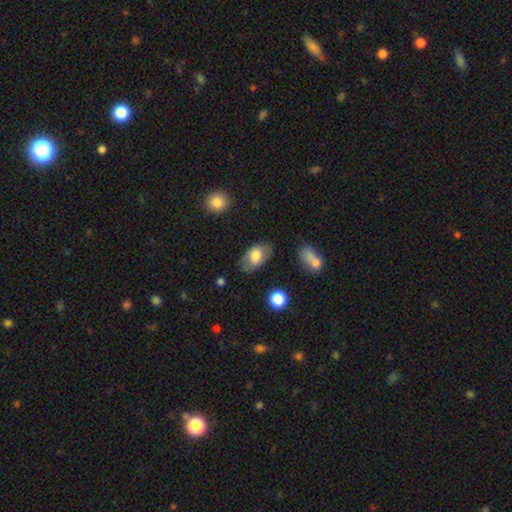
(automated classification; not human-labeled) Overall: smooth (66%; featured or disk 27%). How rounded: in between (92%). Merging: none (73%).